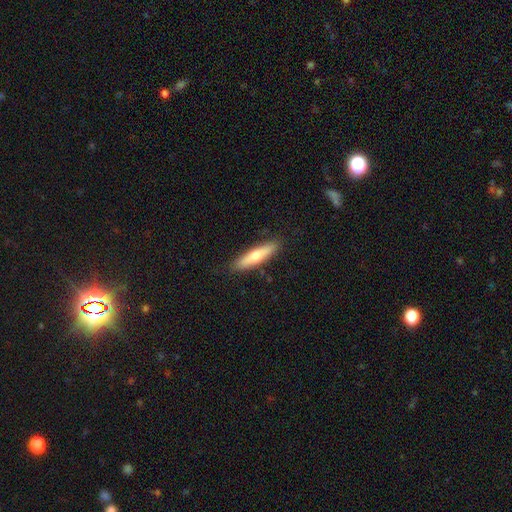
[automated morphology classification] Smooth or featured?
  - smooth: 58% *
  - featured or disk: 36%
  - star or artifact: 6%
How rounded?
  - cigar-shaped: 80% *
  - in between: 18%
  - round: 2%
Merging?
  - none: 89% *
  - minor disturbance: 9%
  - major disturbance: 2%
  - merger: 1%